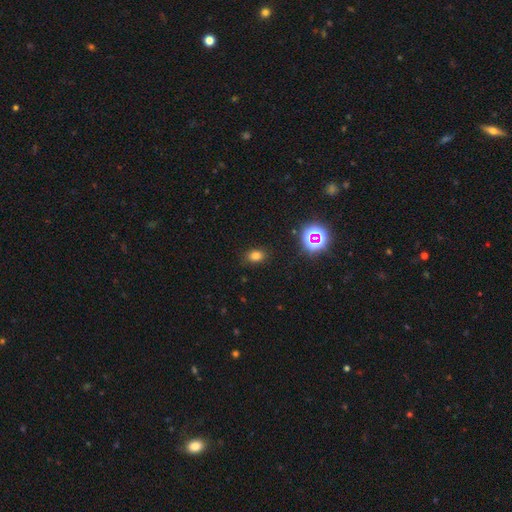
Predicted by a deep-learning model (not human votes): This is likely a smooth galaxy (76%). How rounded: likely in between (69%). Merging: clearly none (86%).